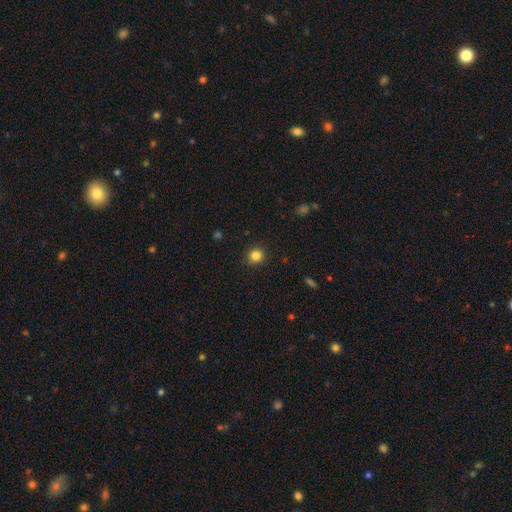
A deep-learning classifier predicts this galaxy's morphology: Smooth or featured?
  - smooth: 84% *
  - star or artifact: 12%
  - featured or disk: 5%
How rounded?
  - round: 88% *
  - in between: 11%
  - cigar-shaped: 1%
Merging?
  - none: 88% *
  - minor disturbance: 8%
  - major disturbance: 2%
  - merger: 1%